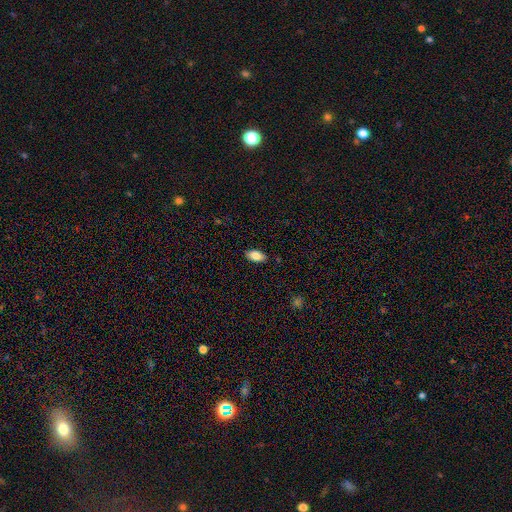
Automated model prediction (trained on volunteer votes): smooth 85%, featured or disk 8%, star or artifact 7%. Down the decision tree: how rounded — in between (93%); merging — none (86%).